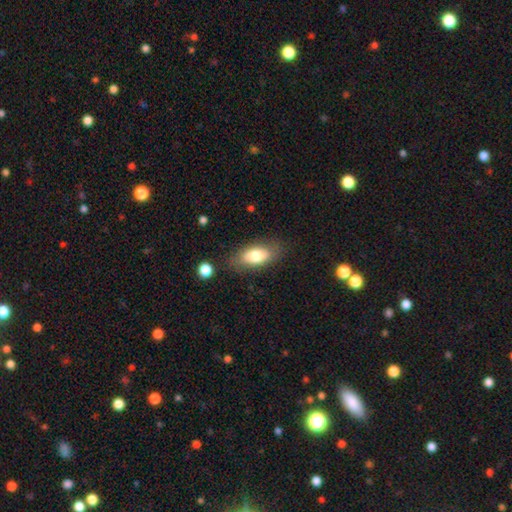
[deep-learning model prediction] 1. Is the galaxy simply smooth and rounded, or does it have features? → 74% smooth, 19% featured or disk, 7% star or artifact.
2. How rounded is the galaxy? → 88% in between, 7% cigar-shaped, 5% round.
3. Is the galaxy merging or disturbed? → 77% none, 15% minor disturbance, 5% major disturbance, 2% merger.